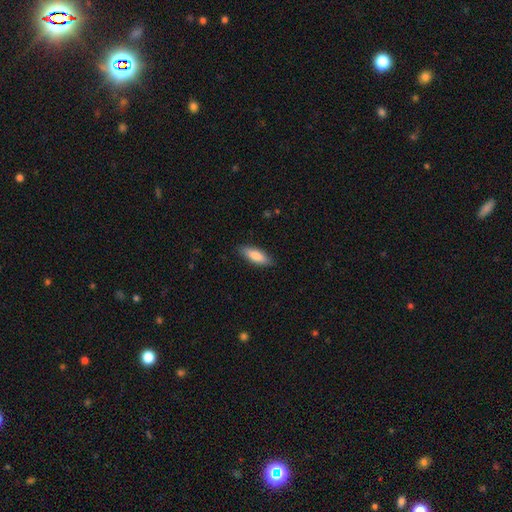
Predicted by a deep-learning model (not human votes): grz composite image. It shows a smooth galaxy with no disk features (83%) that is in between round and cigar-shaped (60%). Merging: none (86%).